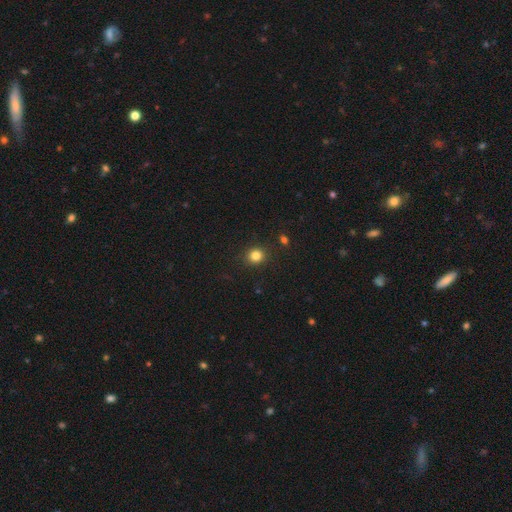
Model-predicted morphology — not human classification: A smooth galaxy with no disk features (82%) that is round (83%). Merging: none (89%).